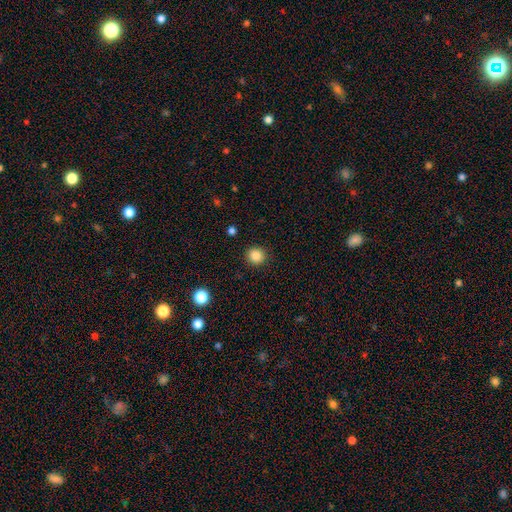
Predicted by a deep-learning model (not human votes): Smooth or featured?
  - smooth: 85% *
  - star or artifact: 11%
  - featured or disk: 4%
How rounded?
  - round: 91% *
  - in between: 8%
  - cigar-shaped: 1%
Merging?
  - none: 91% *
  - minor disturbance: 6%
  - major disturbance: 2%
  - merger: 1%